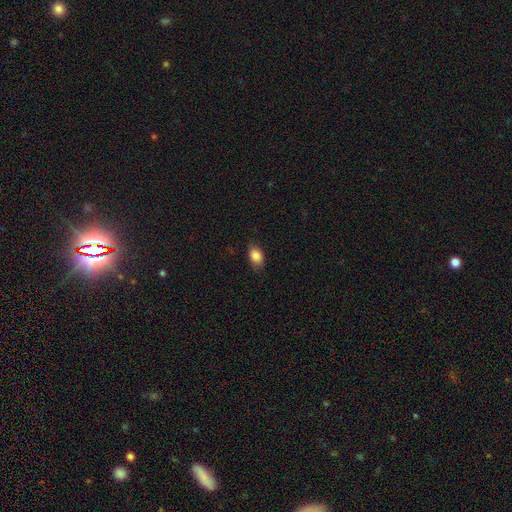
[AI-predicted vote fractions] Smooth or featured? smooth (86%)
How rounded? in between (80%)
Merging? none (78%)